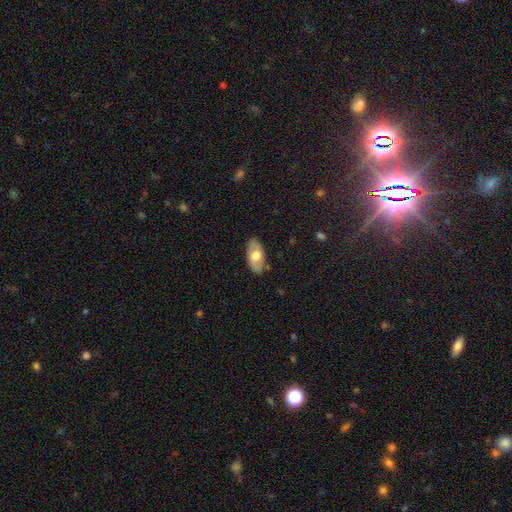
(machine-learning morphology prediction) This is possibly a smooth galaxy (58%). How rounded: clearly in between (93%). Merging: clearly none (83%).